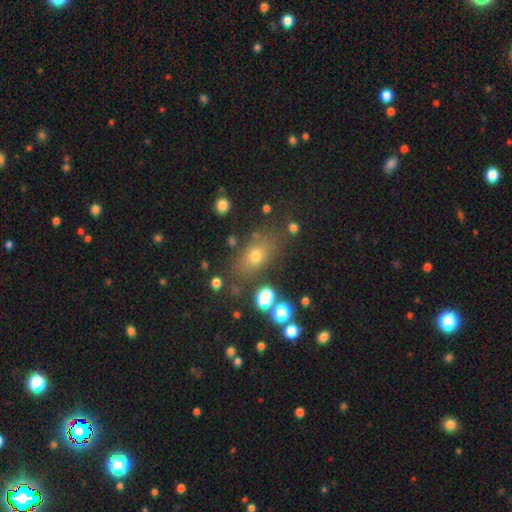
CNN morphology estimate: Smooth or featured: smooth — 68% (star or artifact — 18%)
How rounded: in between — 69% (round — 25%)
Merging: none — 76% (minor disturbance — 13%)